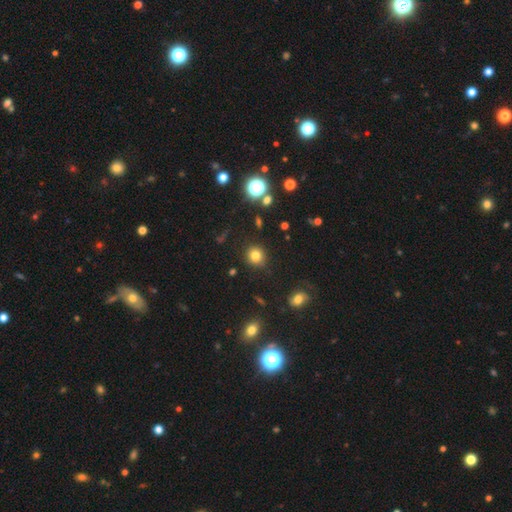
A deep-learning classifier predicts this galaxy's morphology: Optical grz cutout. It shows a smooth galaxy with no disk features (79%) that is round (88%). Merging: none (87%).